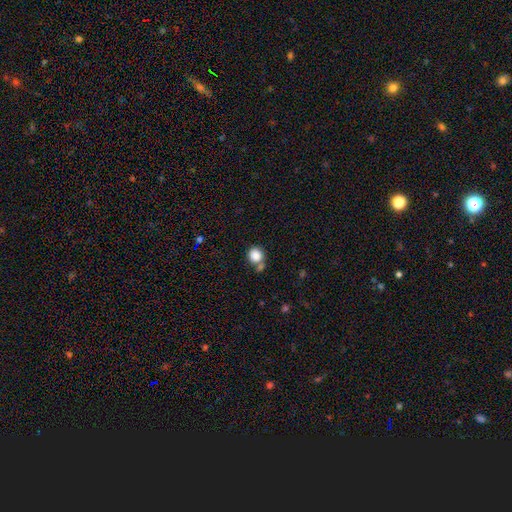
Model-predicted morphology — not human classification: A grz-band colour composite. It shows a smooth galaxy with no disk features (85%) that is round (81%). Merging: none (54%).